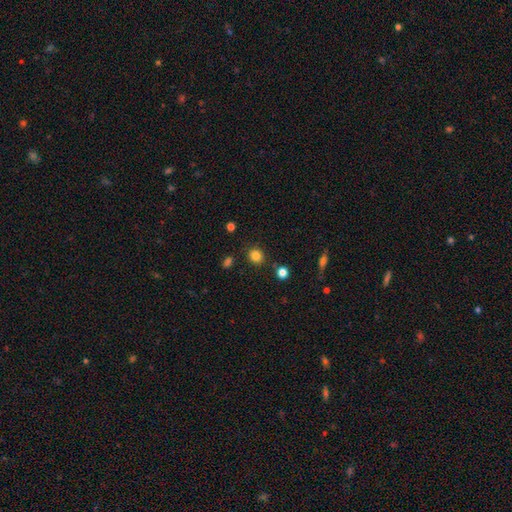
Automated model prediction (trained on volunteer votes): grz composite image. It shows a smooth galaxy with no disk features (83%) that is round (76%). Merging: none (85%).